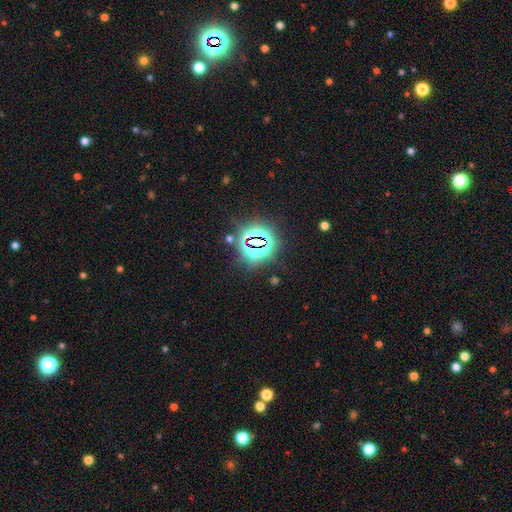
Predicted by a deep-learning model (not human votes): Overall: star or artifact (79%).